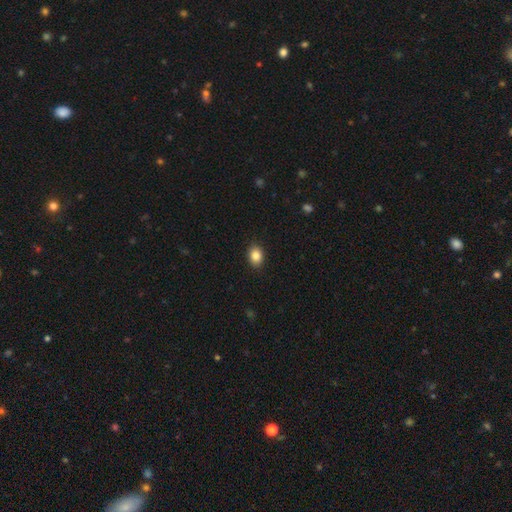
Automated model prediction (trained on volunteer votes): The model was most divided on "how rounded": in between: 68%, round: 31%, cigar-shaped: 1%. More confident: merging — none (89%); smooth or featured — smooth (86%).